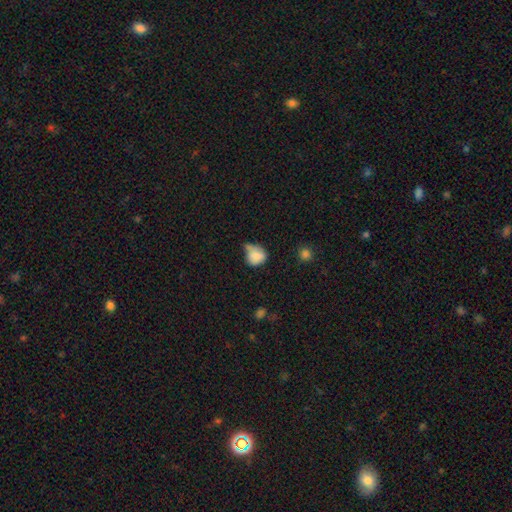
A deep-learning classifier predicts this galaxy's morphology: The model was most divided on "merging": none: 36%, minor disturbance: 35%, merger: 16%, major disturbance: 13%. More confident: smooth or featured — smooth (81%); how rounded — round (73%).